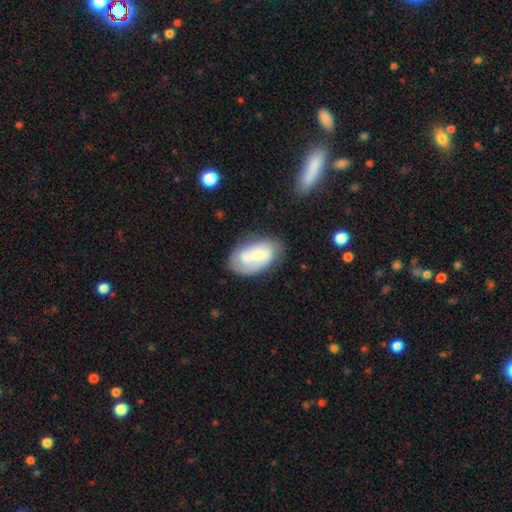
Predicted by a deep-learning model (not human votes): smooth_or_featured: featured or disk (p=0.53) [alt: smooth p=0.40]
disk_edge_on: no (p=0.95) [alt: yes p=0.05]
bar: no (p=0.48) [alt: weak p=0.38]
has_spiral_arms: yes (p=0.78) [alt: no p=0.22]
bulge_size: small (p=0.49) [alt: moderate p=0.34]
merging: none (p=0.63) [alt: minor disturbance p=0.22]